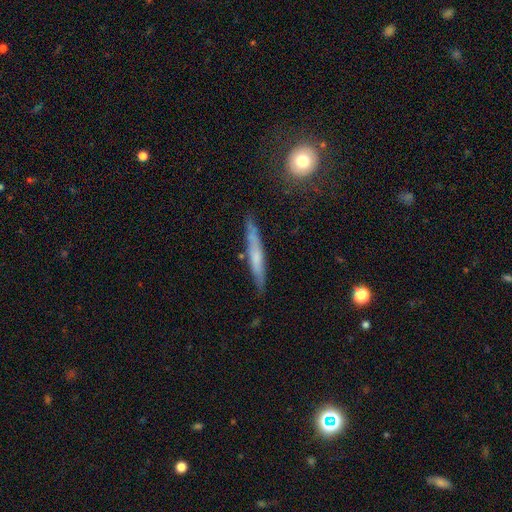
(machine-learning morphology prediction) smooth 47%, featured or disk 46%, star or artifact 7%. Down the decision tree: merging — none (81%).